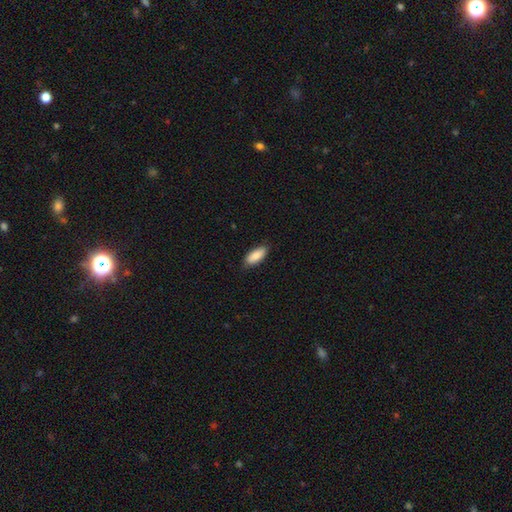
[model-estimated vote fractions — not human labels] smooth_or_featured: smooth (p=0.86) [alt: featured or disk p=0.08]
how_rounded: in between (p=0.83) [alt: cigar-shaped p=0.15]
merging: none (p=0.84) [alt: minor disturbance p=0.13]